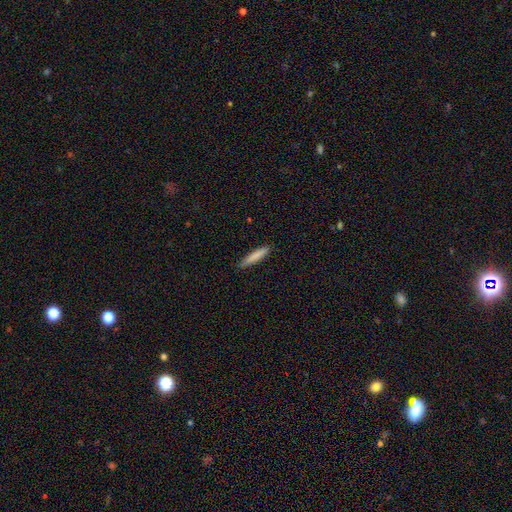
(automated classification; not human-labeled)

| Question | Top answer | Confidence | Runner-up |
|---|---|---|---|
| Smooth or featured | smooth | 82% | featured or disk (12%) |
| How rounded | cigar-shaped | 90% | in between (9%) |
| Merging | none | 85% | minor disturbance (12%) |